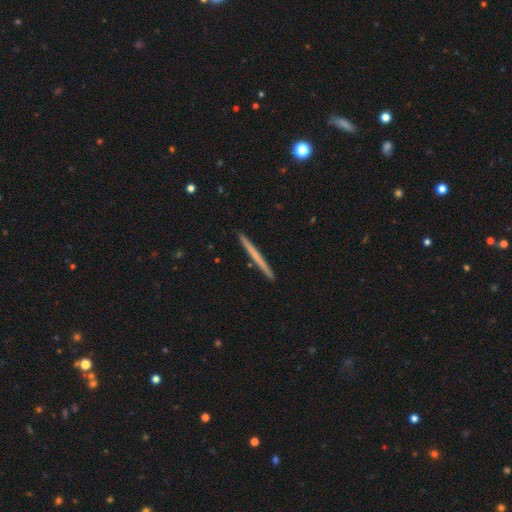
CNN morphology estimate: smooth_or_featured: smooth (p=0.51) [alt: featured or disk p=0.44]
how_rounded: cigar-shaped (p=0.97) [alt: in between p=0.01]
merging: none (p=0.94) [alt: minor disturbance p=0.04]